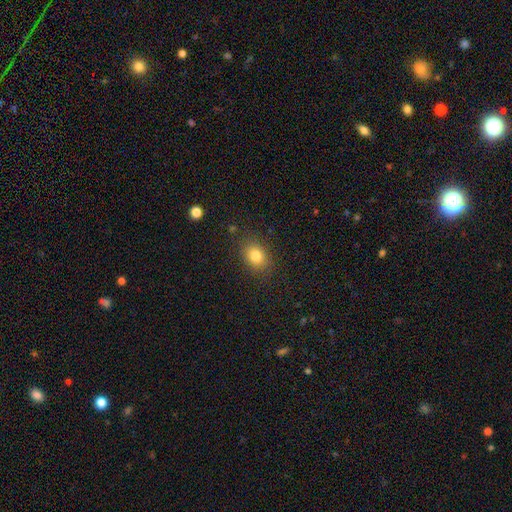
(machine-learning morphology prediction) smooth 82%, star or artifact 11%, featured or disk 7%. Down the decision tree: how rounded — in between (58%); merging — none (85%).